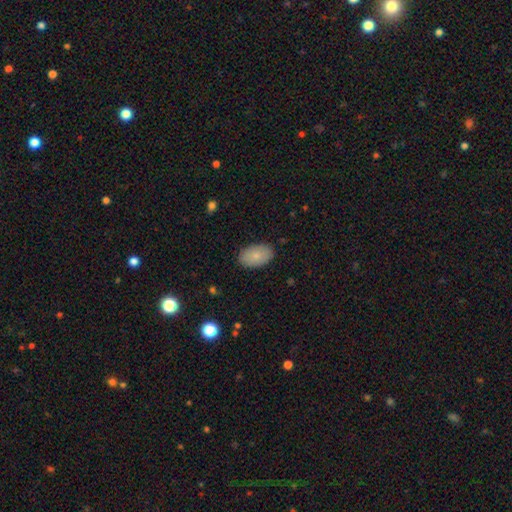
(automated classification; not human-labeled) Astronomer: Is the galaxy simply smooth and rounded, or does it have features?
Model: smooth — 83%.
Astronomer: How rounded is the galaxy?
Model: in between — 93%.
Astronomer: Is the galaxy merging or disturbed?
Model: none — 86%.